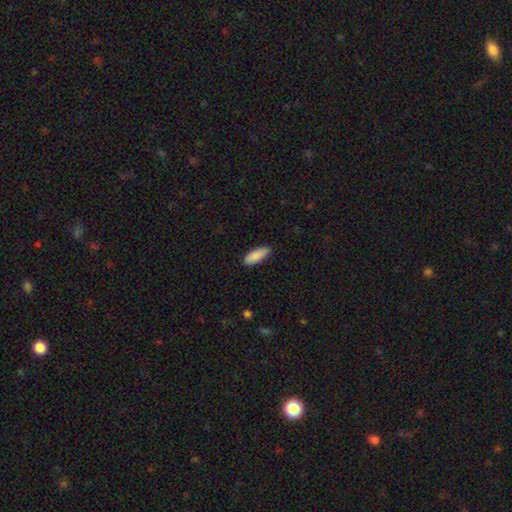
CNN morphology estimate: Smooth or featured? smooth (89%)
How rounded? in between (66%)
Merging? none (86%)